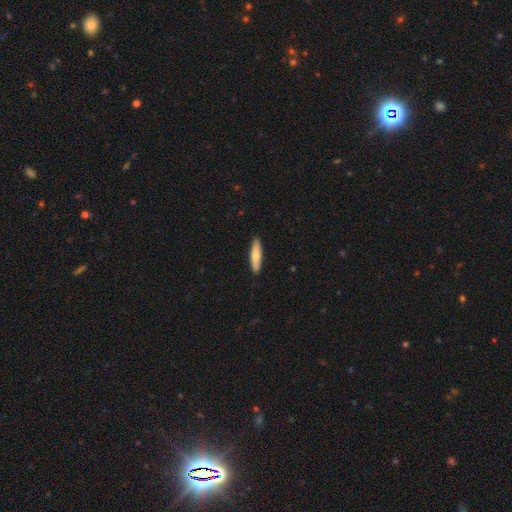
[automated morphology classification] The model was most divided on "smooth or featured": smooth: 70%, featured or disk: 25%, star or artifact: 5%. More confident: merging — none (90%); how rounded — cigar-shaped (78%).